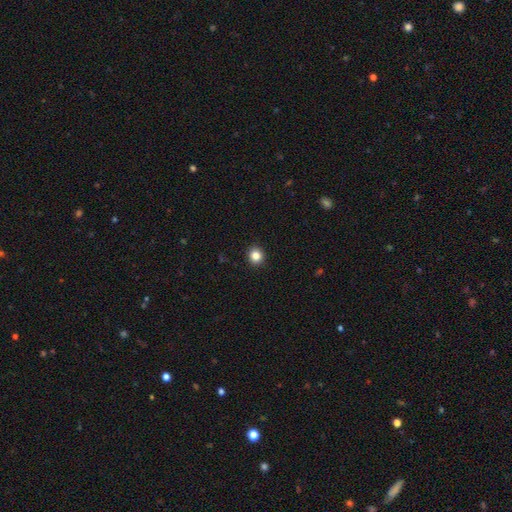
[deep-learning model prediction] The model was most divided on "how rounded": round: 86%, in between: 14%, cigar-shaped: 1%. More confident: merging — none (93%); smooth or featured — smooth (84%).